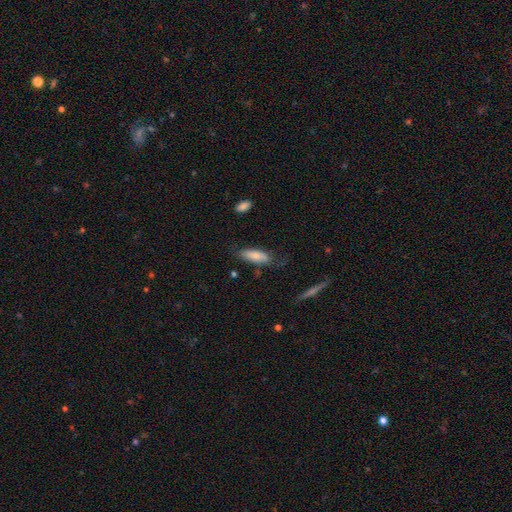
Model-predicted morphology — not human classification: Smooth or featured? Predicted: smooth (p=0.77). How rounded? Predicted: in between (p=0.65). Merging? Predicted: none (p=0.63).